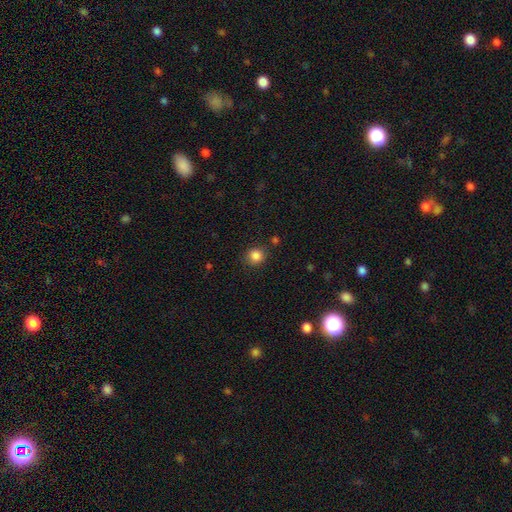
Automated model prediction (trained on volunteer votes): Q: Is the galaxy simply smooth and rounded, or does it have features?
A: smooth — 85%.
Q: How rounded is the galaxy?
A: round — 85%.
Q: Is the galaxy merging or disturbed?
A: none — 85%.